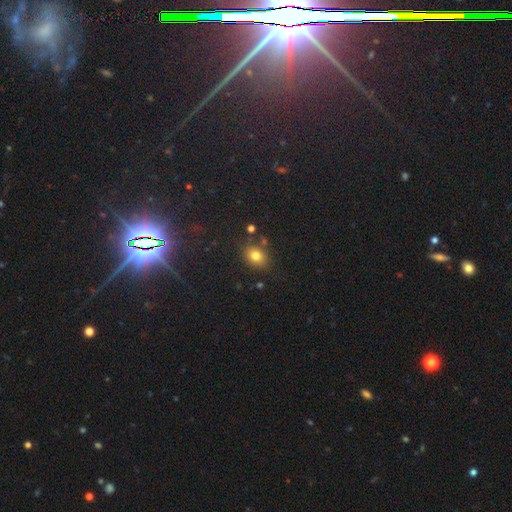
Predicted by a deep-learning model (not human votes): A smooth galaxy with no disk features (79%) that is in between round and cigar-shaped (63%). Merging: none (77%).